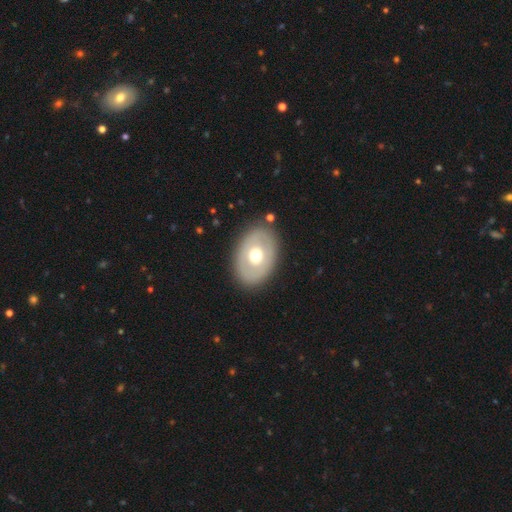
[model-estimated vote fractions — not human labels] Q: Smooth or featured?
A: smooth (49%); runner-up: featured or disk (45%)
Q: Merging?
A: none (85%); runner-up: minor disturbance (10%)